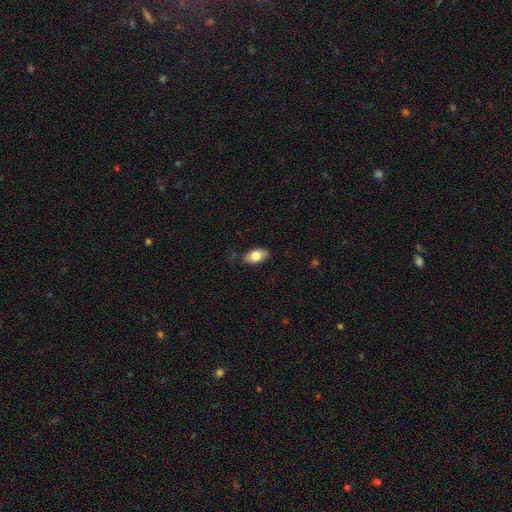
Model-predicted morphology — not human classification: Smooth or featured?
  - smooth: 80% *
  - featured or disk: 14%
  - star or artifact: 7%
How rounded?
  - in between: 92% *
  - round: 6%
  - cigar-shaped: 3%
Merging?
  - none: 80% *
  - minor disturbance: 15%
  - major disturbance: 3%
  - merger: 1%